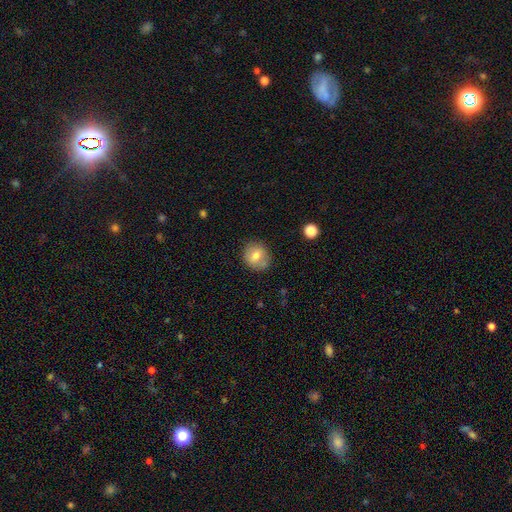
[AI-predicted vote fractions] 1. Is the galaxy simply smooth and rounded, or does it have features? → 71% smooth, 20% featured or disk, 9% star or artifact.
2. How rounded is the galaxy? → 76% round, 23% in between, 1% cigar-shaped.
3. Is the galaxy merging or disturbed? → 77% none, 16% minor disturbance, 4% major disturbance, 3% merger.